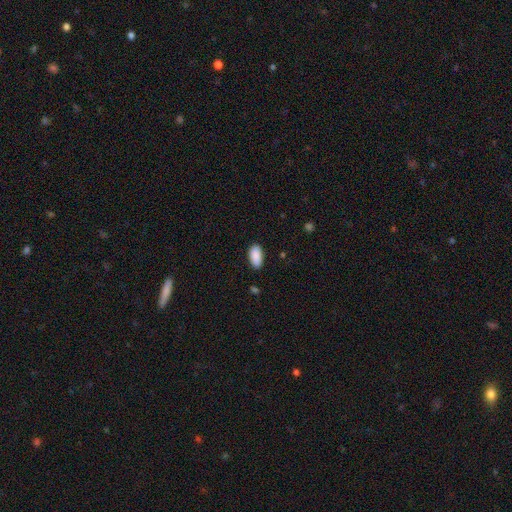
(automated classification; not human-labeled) This is clearly a smooth galaxy (90%). How rounded: clearly in between (94%). Merging: clearly none (85%).